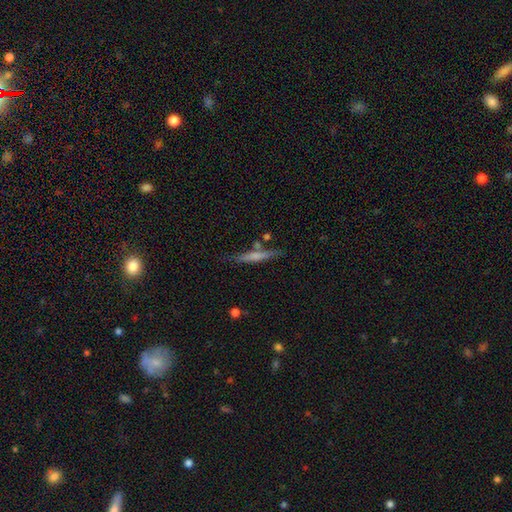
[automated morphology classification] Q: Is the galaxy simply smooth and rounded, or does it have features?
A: smooth — 54%.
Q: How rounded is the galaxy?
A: cigar-shaped — 90%.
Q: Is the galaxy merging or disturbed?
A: none — 73%.